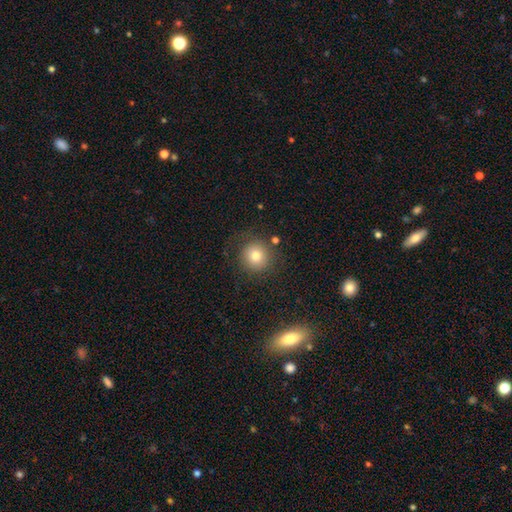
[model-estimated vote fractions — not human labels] smooth 77%, star or artifact 12%, featured or disk 10%. Down the decision tree: how rounded — round (93%); merging — none (82%).